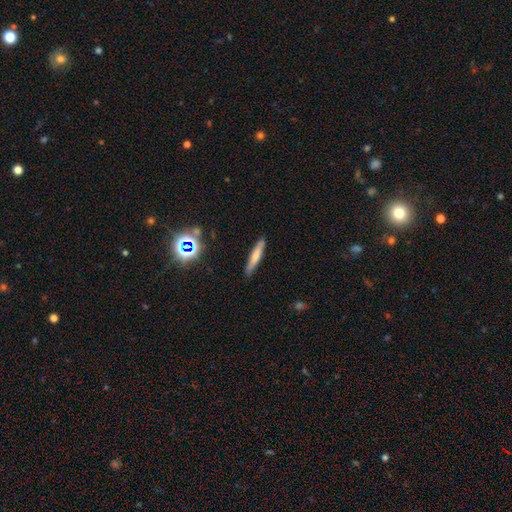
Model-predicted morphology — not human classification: type=smooth (67%); roundness=cigar-shaped (90%); merging=none (86%).